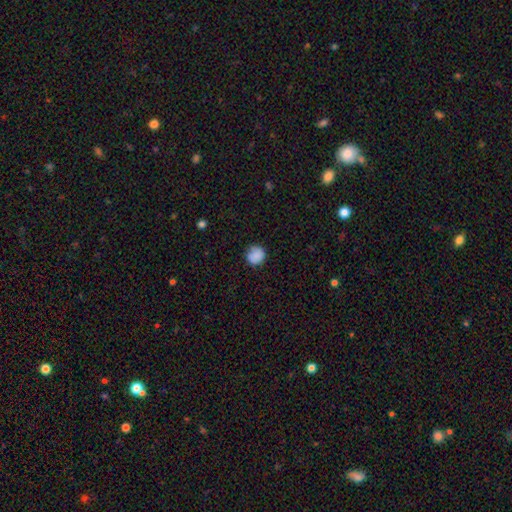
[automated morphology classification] Smooth or featured? Predicted: smooth (p=0.88). How rounded? Predicted: round (p=0.90). Merging? Predicted: none (p=0.82).